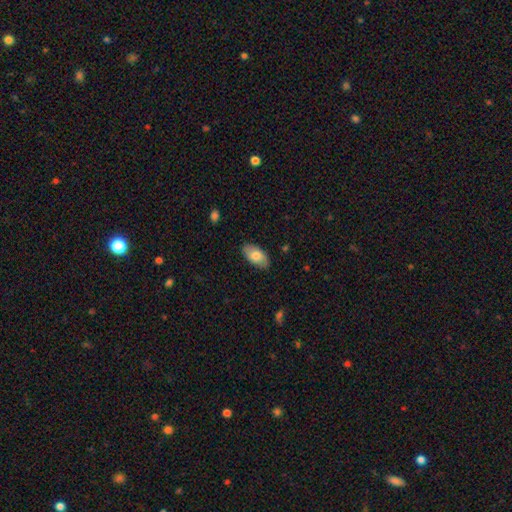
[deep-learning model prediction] smooth 73%, featured or disk 21%, star or artifact 6%. Down the decision tree: how rounded — in between (95%); merging — none (84%).